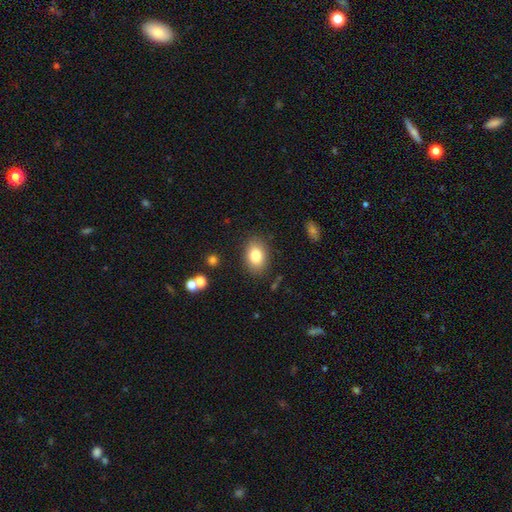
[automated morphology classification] smooth_or_featured: smooth (p=0.81) [alt: featured or disk p=0.10]
how_rounded: in between (p=0.78) [alt: round p=0.20]
merging: none (p=0.85) [alt: minor disturbance p=0.10]